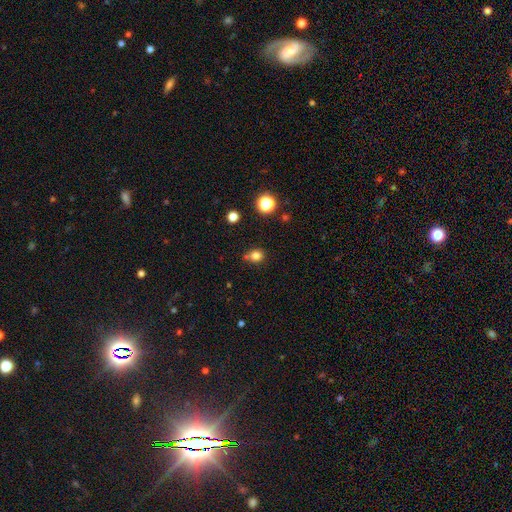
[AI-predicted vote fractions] Smooth or featured?
  - smooth: 80% *
  - star or artifact: 14%
  - featured or disk: 6%
How rounded?
  - round: 74% *
  - in between: 25%
  - cigar-shaped: 1%
Merging?
  - none: 66% *
  - minor disturbance: 17%
  - merger: 13%
  - major disturbance: 4%